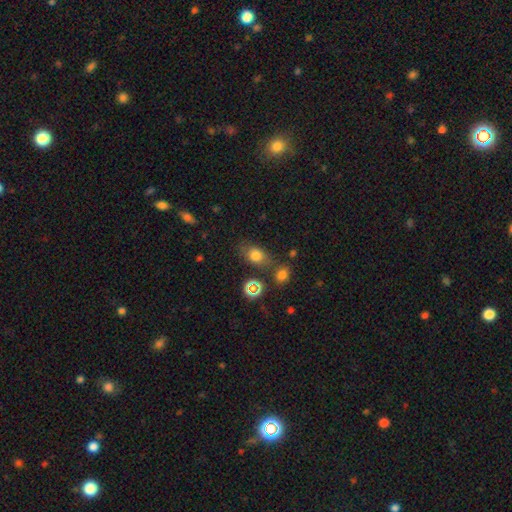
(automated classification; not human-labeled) Overall: smooth (74%). How rounded: in between (69%). Merging: none (65%).